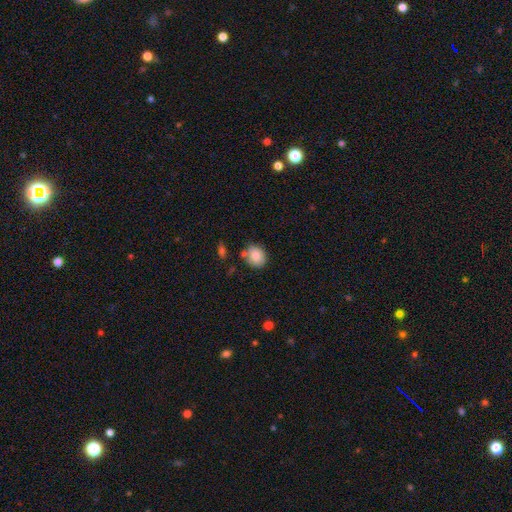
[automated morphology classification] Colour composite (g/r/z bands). It shows a smooth galaxy with no disk features (85%) that is round (65%). Merging: none (74%).